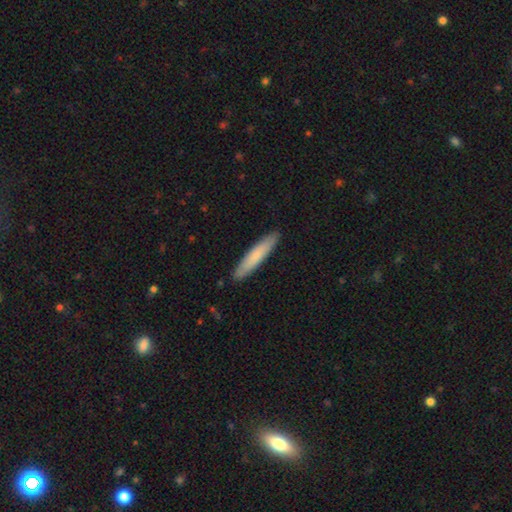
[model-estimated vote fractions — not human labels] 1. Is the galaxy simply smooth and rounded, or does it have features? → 77% smooth, 18% featured or disk, 5% star or artifact.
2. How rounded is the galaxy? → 90% cigar-shaped, 9% in between, 1% round.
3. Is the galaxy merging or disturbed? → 90% none, 7% minor disturbance, 1% major disturbance, 1% merger.